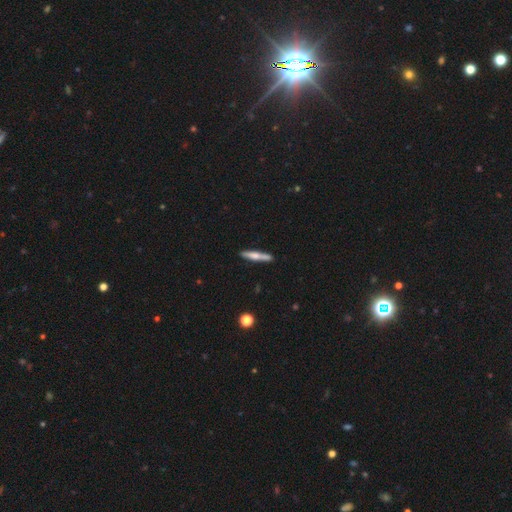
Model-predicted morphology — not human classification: This appears to be a featured or disk galaxy (48%). Merging: none (87%).